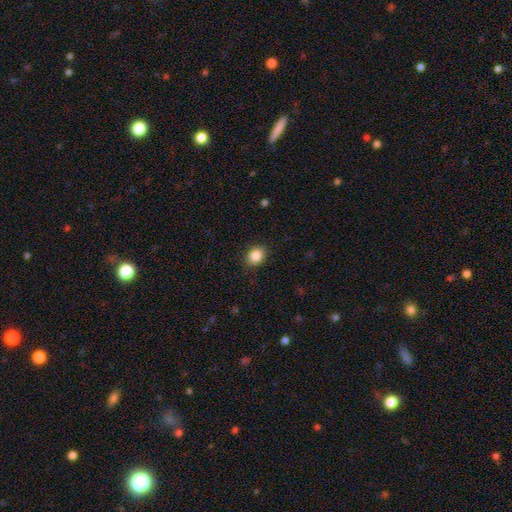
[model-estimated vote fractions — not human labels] The model was most divided on "how rounded": in between: 56%, round: 43%, cigar-shaped: 1%. More confident: merging — none (88%); smooth or featured — smooth (86%).